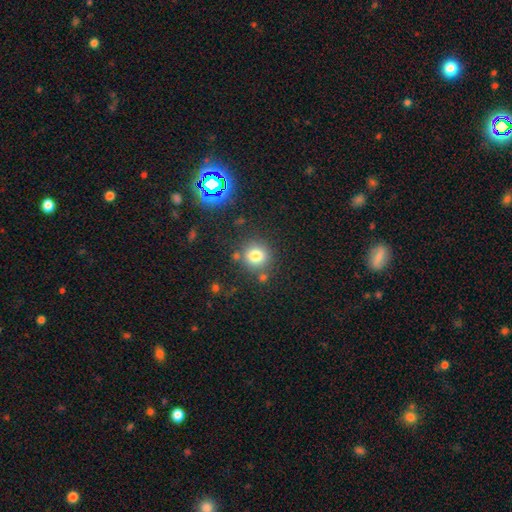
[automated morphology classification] The model was most divided on "smooth or featured": smooth: 78%, star or artifact: 14%, featured or disk: 8%. More confident: how rounded — round (89%); merging — none (77%).